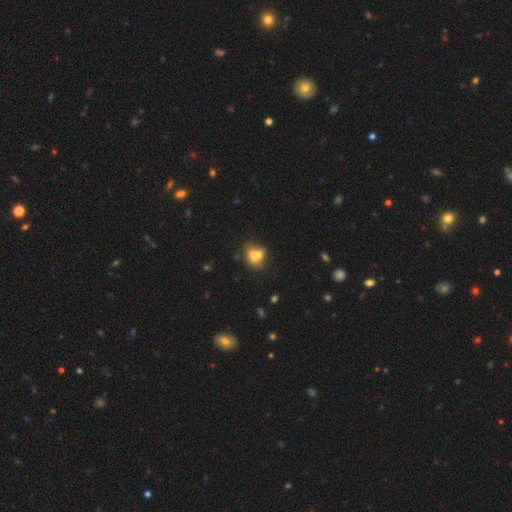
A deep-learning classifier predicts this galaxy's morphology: smooth-or-featured: smooth: 66% | featured or disk: 22% | star or artifact: 13%
  how-rounded: in between: 58% | round: 39% | cigar-shaped: 3%
  merging: none: 39% | merger: 26% | minor disturbance: 22% | major disturbance: 12%